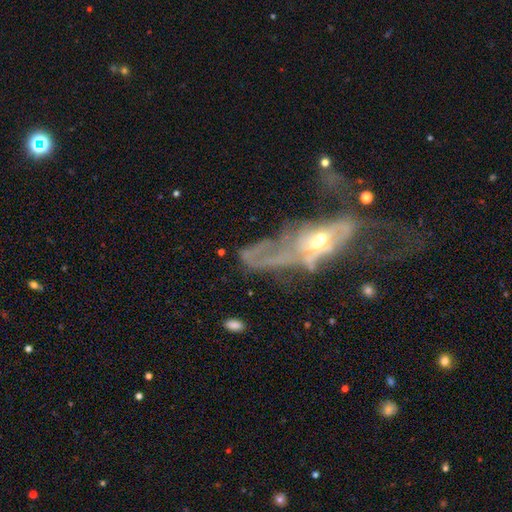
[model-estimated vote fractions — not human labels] This appears to be a featured or disk galaxy (55%). Merging: merger (40%).